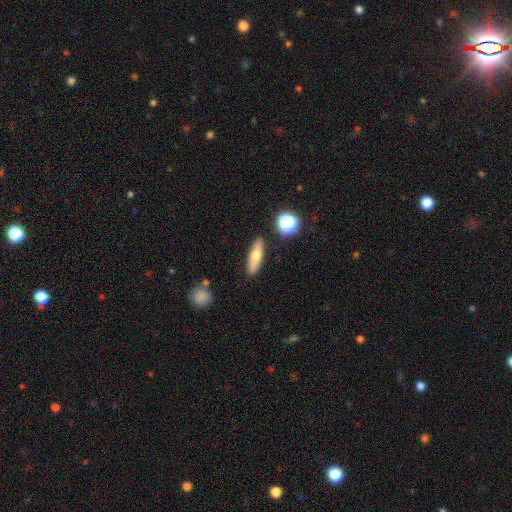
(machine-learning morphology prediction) smooth 64%, featured or disk 28%, star or artifact 8%. Down the decision tree: how rounded — cigar-shaped (60%); merging — none (87%).